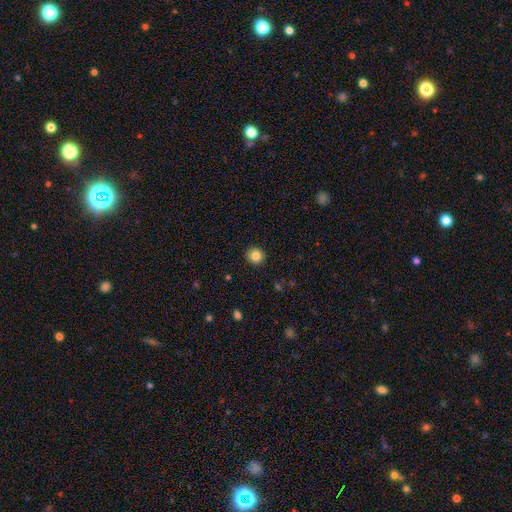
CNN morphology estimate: Q: Smooth or featured?
A: smooth (84%); runner-up: star or artifact (10%)
Q: How rounded?
A: round (93%); runner-up: in between (6%)
Q: Merging?
A: none (93%); runner-up: minor disturbance (5%)